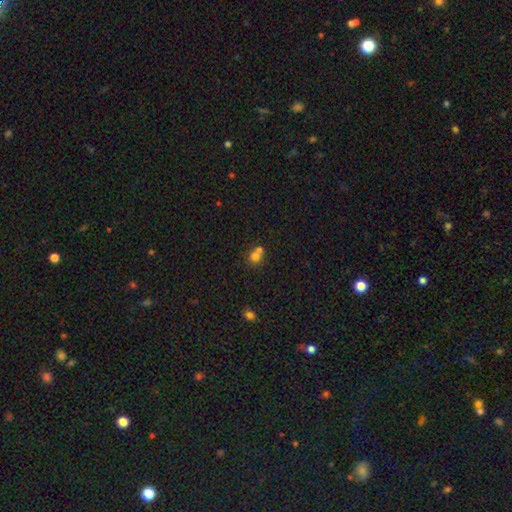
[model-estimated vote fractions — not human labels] This is likely a smooth galaxy (73%). How rounded: clearly round (82%). Merging: possibly merger (50%).